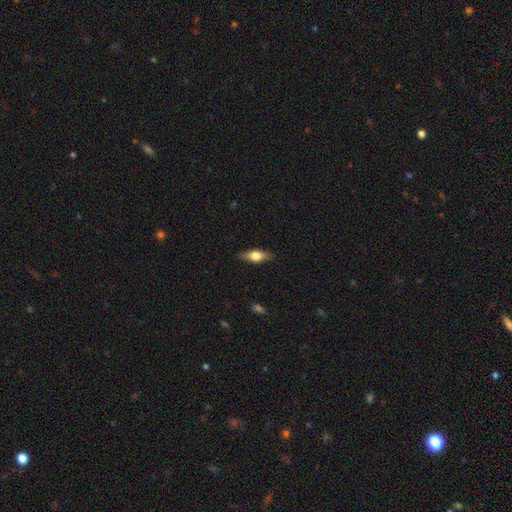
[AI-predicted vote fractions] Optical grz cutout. It shows a smooth galaxy with no disk features (59%) that is in between round and cigar-shaped (67%). Merging: none (86%).